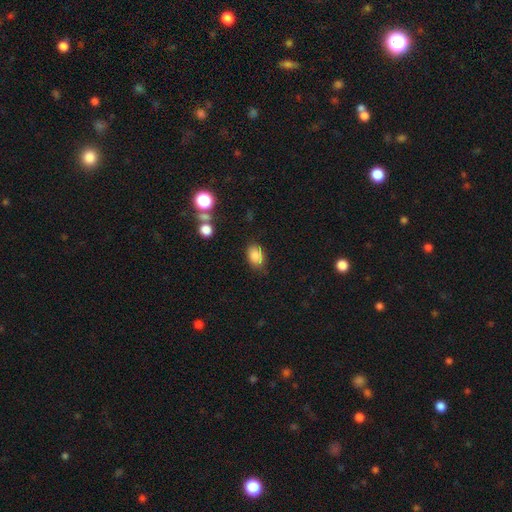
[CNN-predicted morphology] A smooth galaxy with no disk features (85%) that is in between round and cigar-shaped (83%).

Vote fractions:
- Smooth or featured? smooth: 85% / star or artifact: 9% / featured or disk: 6%
- How rounded? in between: 83% / round: 16% / cigar-shaped: 1%
- Merging? none: 78% / minor disturbance: 16% / major disturbance: 4% / merger: 2%